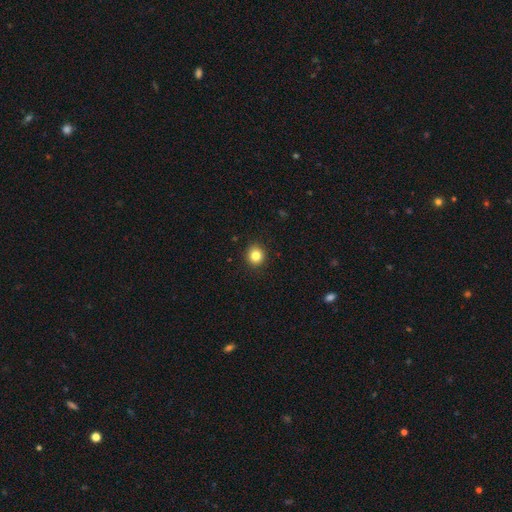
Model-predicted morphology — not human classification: This appears to be a smooth galaxy with no disk features (83%) that is round (88%). Merging: none (91%).